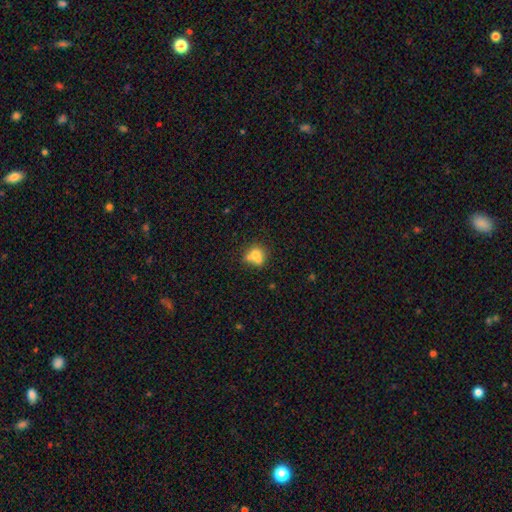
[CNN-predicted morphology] A smooth galaxy with no disk features (71%) that is round (54%).

Vote fractions:
- Smooth or featured? smooth: 71% / featured or disk: 18% / star or artifact: 12%
- How rounded? round: 54% / in between: 43% / cigar-shaped: 3%
- Merging? merger: 42% / none: 37% / minor disturbance: 14% / major disturbance: 7%